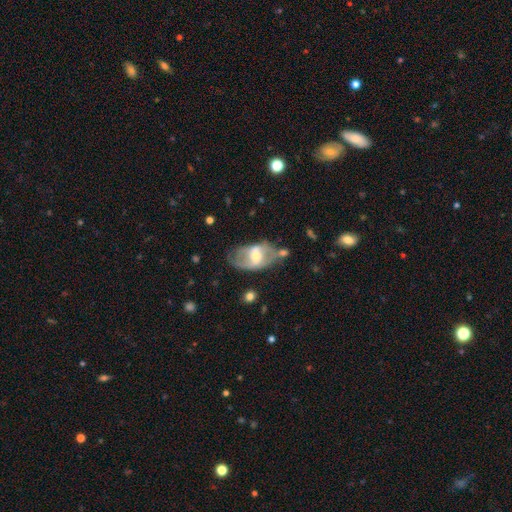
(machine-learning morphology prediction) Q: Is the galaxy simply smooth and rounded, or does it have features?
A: featured or disk — 66%.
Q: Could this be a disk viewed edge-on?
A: no — 92%.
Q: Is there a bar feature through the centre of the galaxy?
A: weak — 41%.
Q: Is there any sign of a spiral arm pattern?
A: yes — 62%.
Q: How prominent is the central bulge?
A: moderate — 55%.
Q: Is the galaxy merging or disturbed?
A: none — 48%.